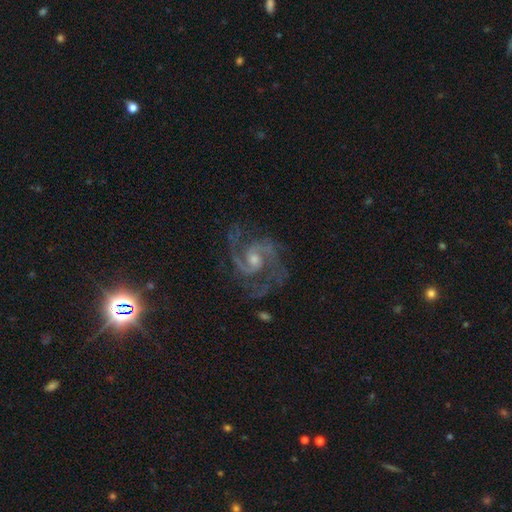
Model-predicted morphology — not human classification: featured or disk 88%, star or artifact 9%, smooth 3%. Down the decision tree: edge-on disk — no (98%); bar — weak (52%); spiral arms — yes (98%); spiral arm count — 2 (78%); spiral winding — medium (61%); bulge size — small (51%); merging — none (78%).